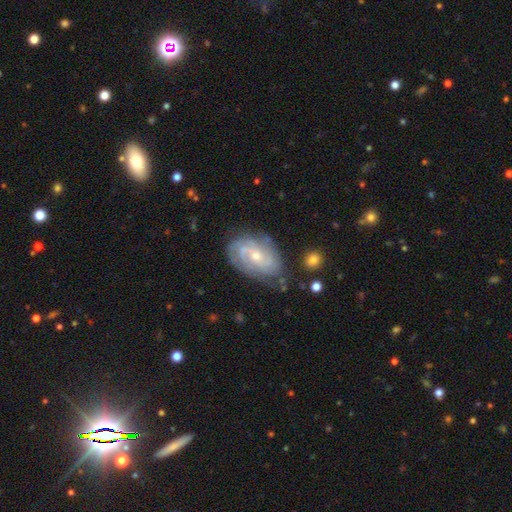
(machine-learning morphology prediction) Smooth or featured? Predicted: featured or disk (p=0.79). Edge-on disk? Predicted: no (p=0.96). Bar? Predicted: no (p=0.55). Spiral arms? Predicted: yes (p=0.93). Spiral winding? Predicted: tight (p=0.57). Spiral arm count? Predicted: 2 (p=0.34). Bulge size? Predicted: small (p=0.58). Merging? Predicted: none (p=0.71).